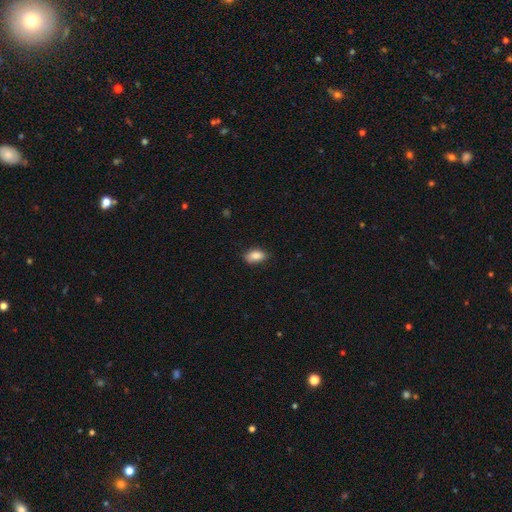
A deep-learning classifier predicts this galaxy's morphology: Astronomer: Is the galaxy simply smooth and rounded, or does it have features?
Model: smooth — 87%.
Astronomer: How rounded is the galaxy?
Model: in between — 90%.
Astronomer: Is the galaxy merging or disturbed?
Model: none — 80%.